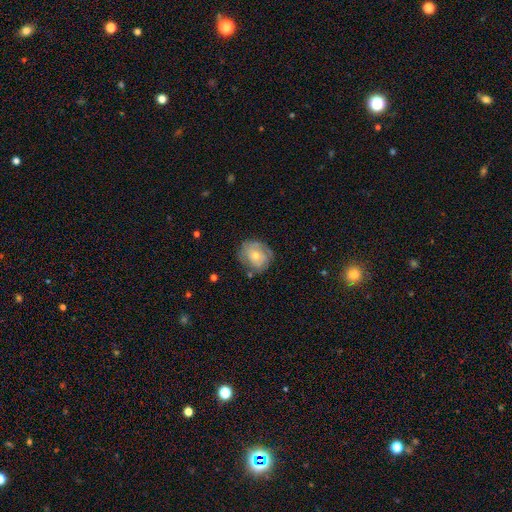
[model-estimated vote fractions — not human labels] Q: Smooth or featured?
A: smooth (50%); runner-up: featured or disk (43%)
Q: Merging?
A: none (63%); runner-up: minor disturbance (25%)